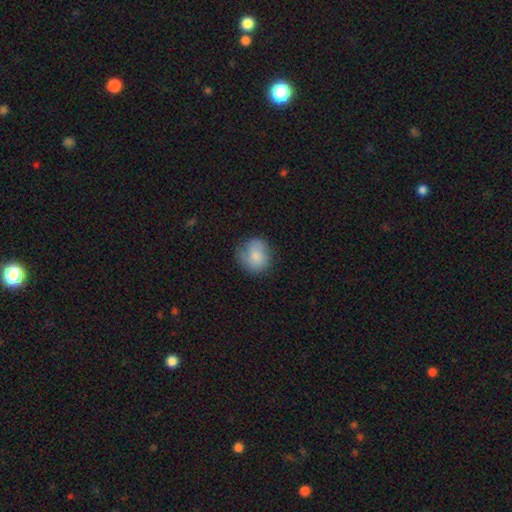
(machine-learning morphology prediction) Smooth or featured? Predicted: smooth (p=0.77). How rounded? Predicted: round (p=0.81). Merging? Predicted: none (p=0.67).